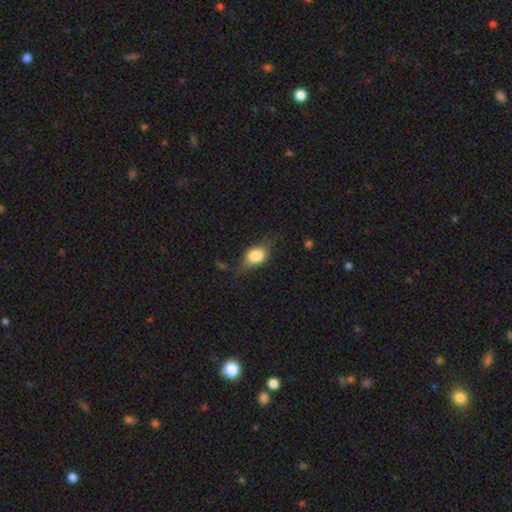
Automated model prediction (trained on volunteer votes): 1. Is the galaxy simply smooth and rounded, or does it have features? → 73% smooth, 18% featured or disk, 9% star or artifact.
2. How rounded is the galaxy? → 71% in between, 25% round, 4% cigar-shaped.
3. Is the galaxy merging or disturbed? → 59% none, 28% minor disturbance, 11% major disturbance, 2% merger.